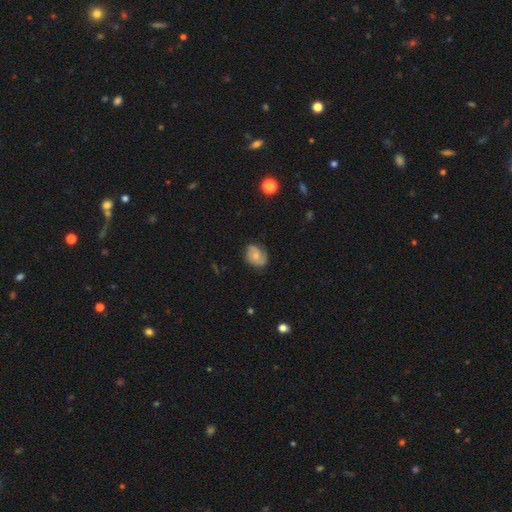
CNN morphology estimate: Smooth or featured? Predicted: featured or disk (p=0.60). Edge-on disk? Predicted: no (p=0.97). Bar? Predicted: no (p=0.67). Spiral arms? Predicted: yes (p=0.89). Spiral winding? Predicted: medium (p=0.43). Spiral arm count? Predicted: 2 (p=0.74). Bulge size? Predicted: small (p=0.50). Merging? Predicted: none (p=0.73).